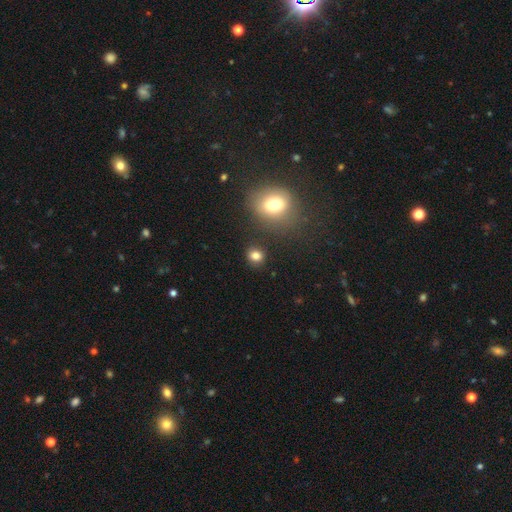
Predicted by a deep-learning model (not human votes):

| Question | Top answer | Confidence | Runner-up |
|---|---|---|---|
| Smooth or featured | smooth | 81% | star or artifact (14%) |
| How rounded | round | 75% | in between (24%) |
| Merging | none | 81% | minor disturbance (9%) |